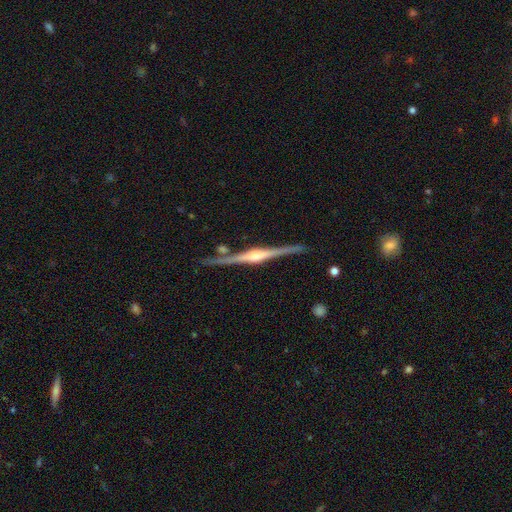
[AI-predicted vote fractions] Smooth or featured? Predicted: featured or disk (p=0.87). Edge-on disk? Predicted: yes (p=0.98). Edge-on bulge? Predicted: rounded (p=0.86). Merging? Predicted: none (p=0.85).